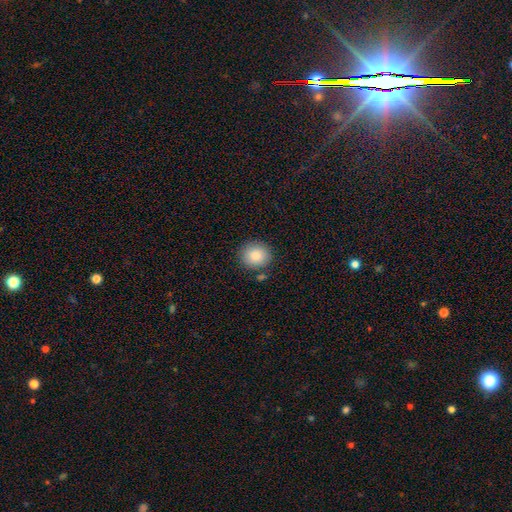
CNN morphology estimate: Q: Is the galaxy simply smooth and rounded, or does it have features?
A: smooth — 85%.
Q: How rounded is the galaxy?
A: round — 85%.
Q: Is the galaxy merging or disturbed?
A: none — 84%.